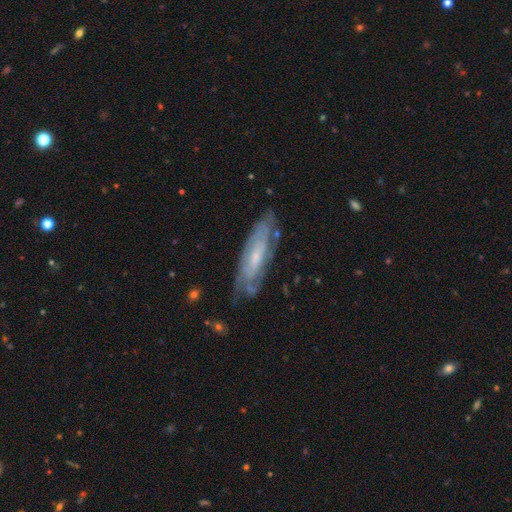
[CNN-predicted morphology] Overall: featured or disk (71%). Edge-on disk: no (72%). Bar: no (56%; weak 36%). Spiral arms: yes (81%). Bulge size: small (55%; moderate 33%). Merging: none (72%).